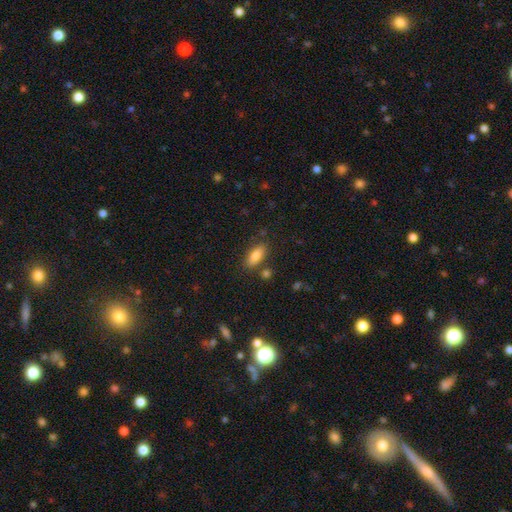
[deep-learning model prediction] smooth_or_featured: smooth (p=0.82) [alt: featured or disk p=0.11]
how_rounded: in between (p=0.78) [alt: cigar-shaped p=0.20]
merging: none (p=0.79) [alt: minor disturbance p=0.12]